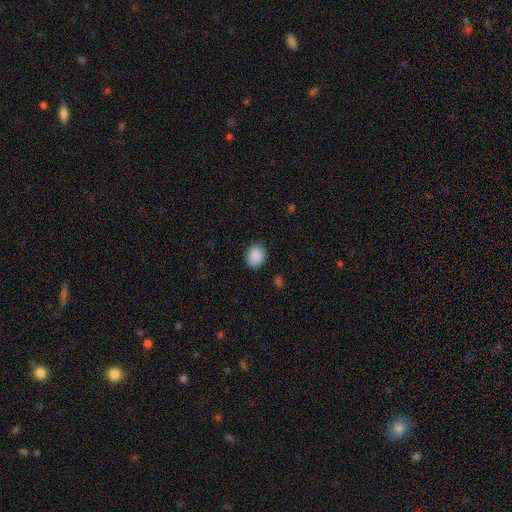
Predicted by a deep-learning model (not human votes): This appears to be a smooth galaxy with no disk features (89%) that is in between round and cigar-shaped (59%). Merging: none (86%).